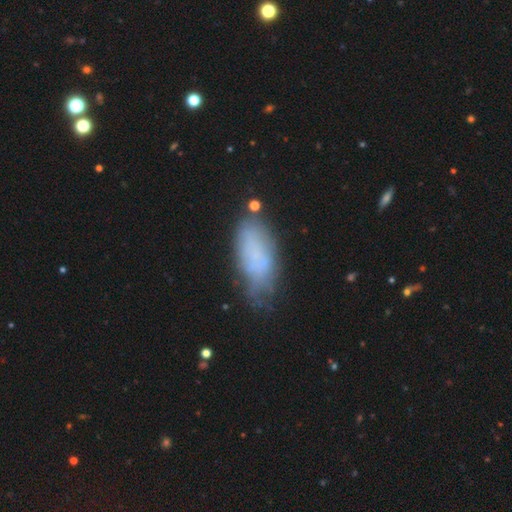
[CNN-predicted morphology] A smooth galaxy with no disk features (65%) that is in between round and cigar-shaped (86%). Merging: none (51%).